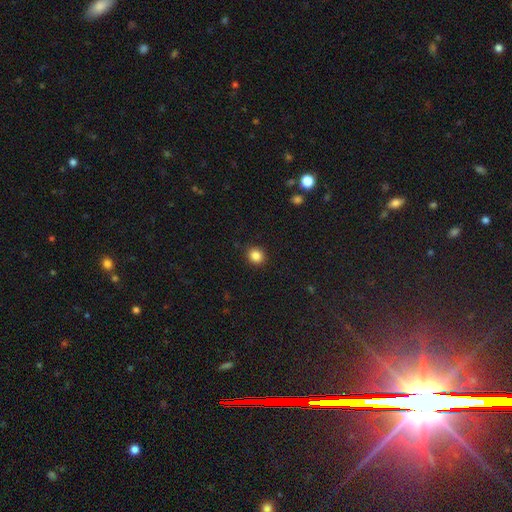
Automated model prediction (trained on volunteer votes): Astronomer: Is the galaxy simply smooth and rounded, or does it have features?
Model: smooth — 86%.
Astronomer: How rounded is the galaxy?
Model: round — 86%.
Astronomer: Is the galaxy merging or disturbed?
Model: none — 91%.